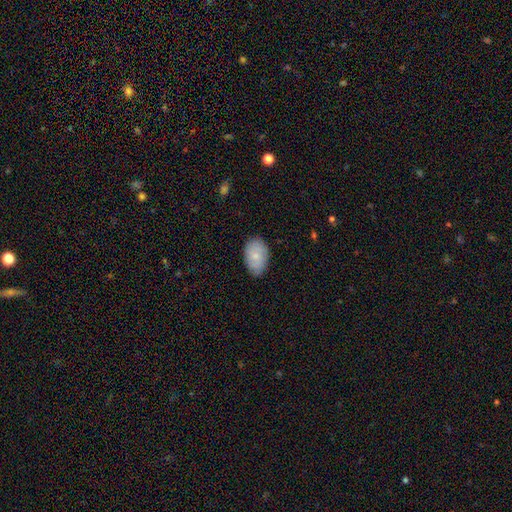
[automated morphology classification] Smooth or featured?
  - smooth: 72% *
  - featured or disk: 21%
  - star or artifact: 6%
How rounded?
  - in between: 91% *
  - round: 8%
  - cigar-shaped: 1%
Merging?
  - none: 80% *
  - minor disturbance: 16%
  - major disturbance: 3%
  - merger: 1%